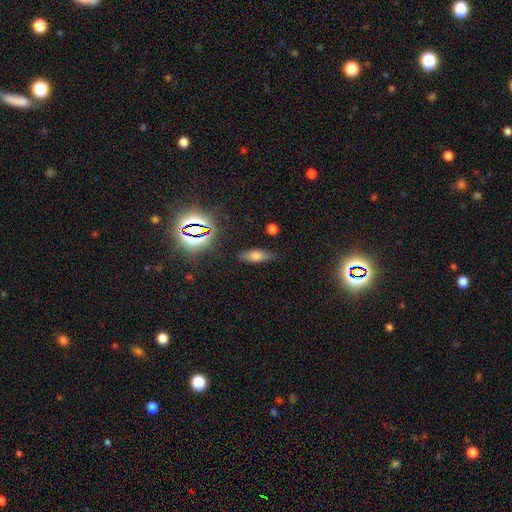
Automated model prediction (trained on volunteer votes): Overall: smooth (62%). How rounded: in between (59%; cigar-shaped 36%). Merging: none (83%).